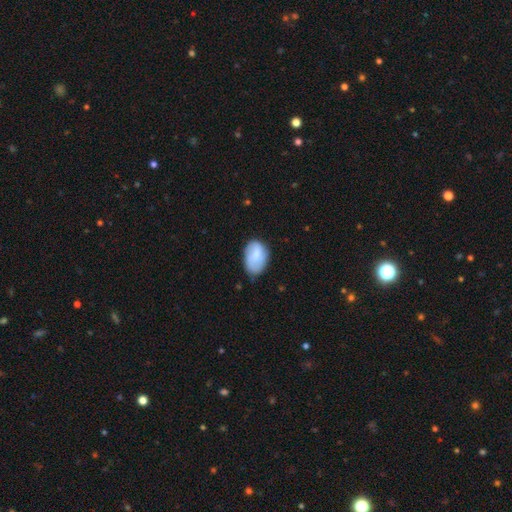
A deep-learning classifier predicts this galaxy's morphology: The model was most divided on "merging": none: 59%, minor disturbance: 31%, major disturbance: 7%, merger: 2%. More confident: how rounded — in between (88%); smooth or featured — smooth (77%).